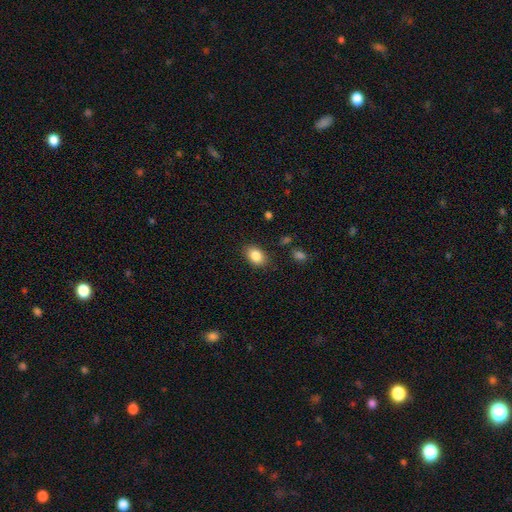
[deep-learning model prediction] The model was most divided on "how rounded": in between: 82%, round: 17%, cigar-shaped: 1%. More confident: smooth or featured — smooth (85%); merging — none (85%).